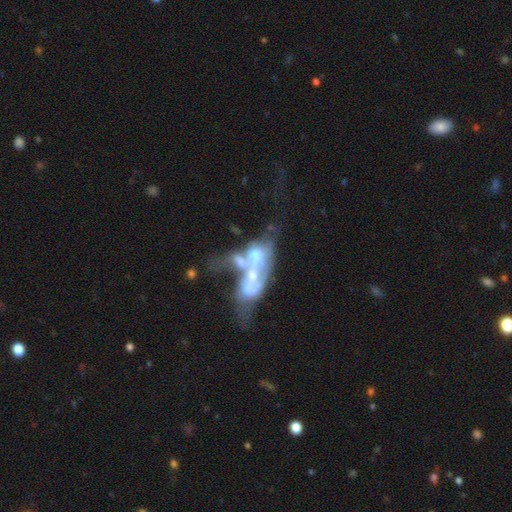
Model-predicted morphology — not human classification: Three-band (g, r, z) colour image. It shows a featured or disk galaxy (65%) with no bar (75%), no spiral arms (79%) and a moderate central bulge (36%). Merging: merger (62%).